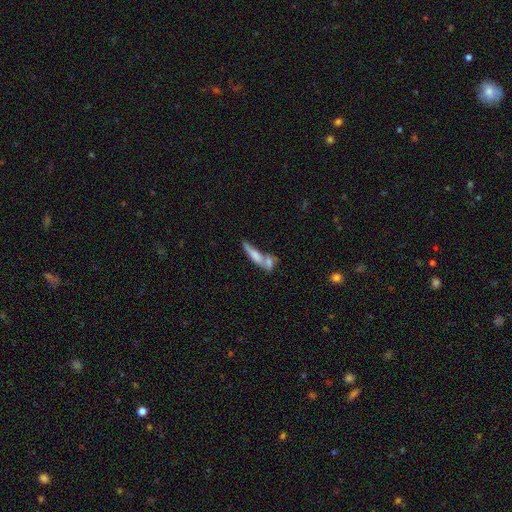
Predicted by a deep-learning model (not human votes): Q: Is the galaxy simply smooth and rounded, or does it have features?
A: smooth — 59%.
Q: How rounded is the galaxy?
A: cigar-shaped — 69%.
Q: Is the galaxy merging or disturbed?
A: merger — 57%.